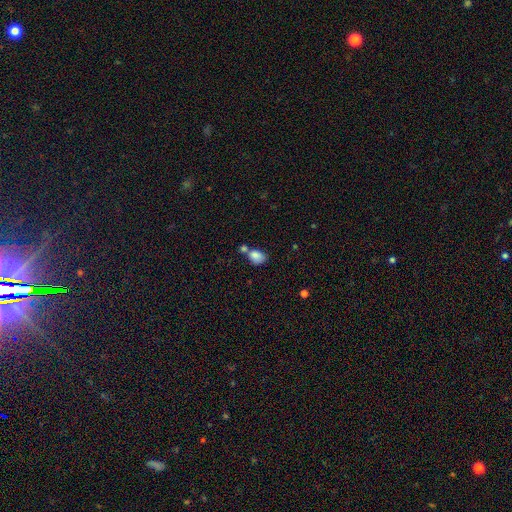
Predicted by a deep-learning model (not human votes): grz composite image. It shows a smooth galaxy with no disk features (83%) that is in between round and cigar-shaped (71%). Merging: none (39%).